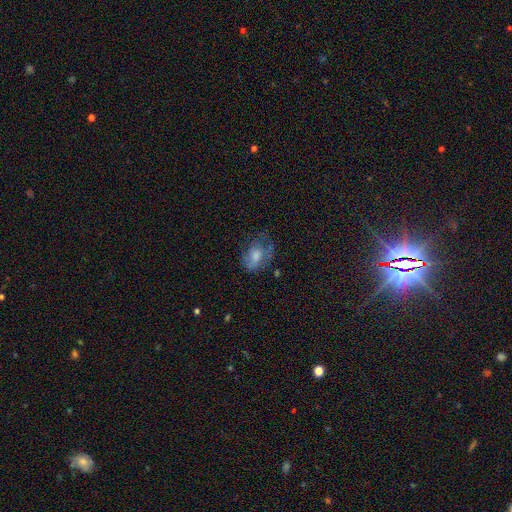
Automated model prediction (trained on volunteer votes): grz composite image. It shows a smooth galaxy with no disk features (60%) that is in between round and cigar-shaped (74%). Merging: none (40%).